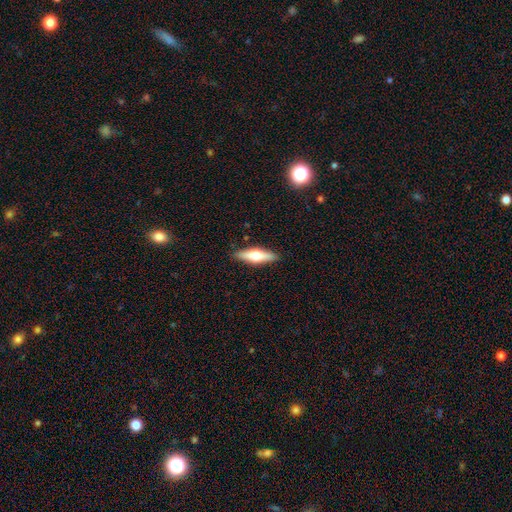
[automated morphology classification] A featured or disk galaxy (47%).

Vote fractions:
- Smooth or featured? featured or disk: 47% / smooth: 46% / star or artifact: 6%
- Merging? none: 88% / minor disturbance: 8% / major disturbance: 2% / merger: 1%